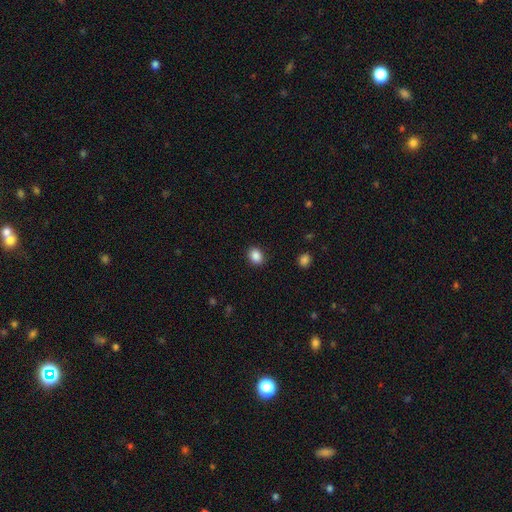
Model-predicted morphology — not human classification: This is clearly a smooth galaxy (88%). How rounded: possibly in between (55%). Merging: clearly none (89%).